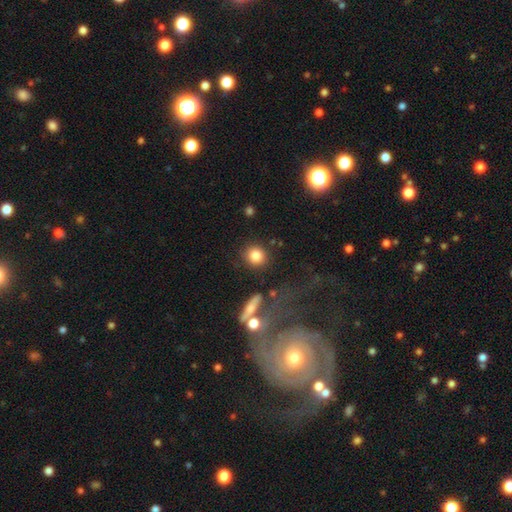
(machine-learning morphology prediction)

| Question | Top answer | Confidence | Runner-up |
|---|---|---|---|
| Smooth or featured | smooth | 82% | star or artifact (10%) |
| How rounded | round | 86% | in between (12%) |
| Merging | none | 82% | minor disturbance (9%) |